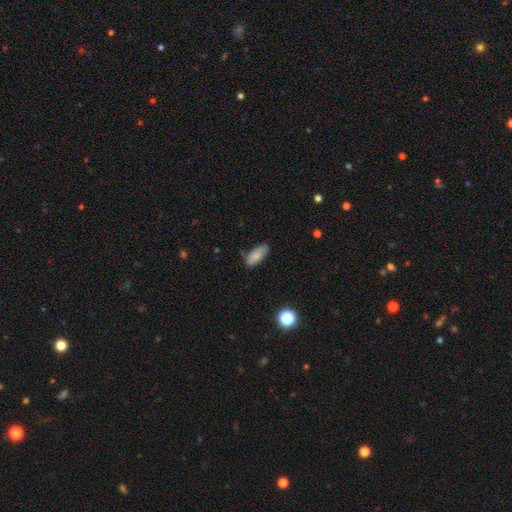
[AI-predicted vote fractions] Smooth or featured? Predicted: smooth (p=0.83). How rounded? Predicted: in between (p=0.85). Merging? Predicted: none (p=0.74).